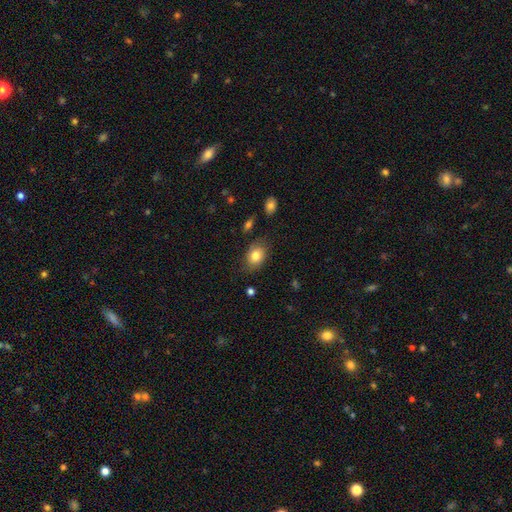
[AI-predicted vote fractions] Smooth or featured? smooth (81%)
How rounded? in between (74%)
Merging? none (77%)